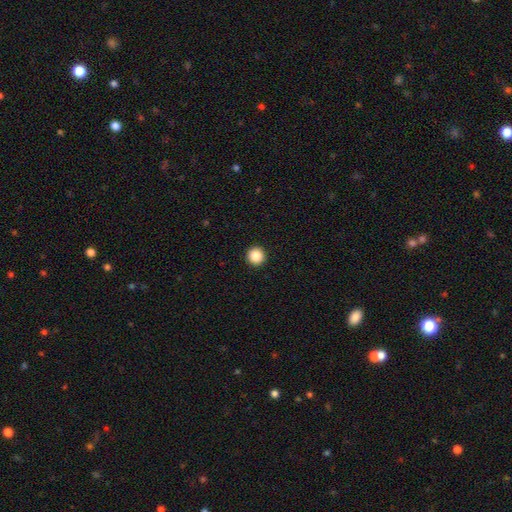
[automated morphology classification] Smooth or featured: smooth — 86% (star or artifact — 10%)
How rounded: round — 95% (in between — 4%)
Merging: none — 94% (minor disturbance — 4%)